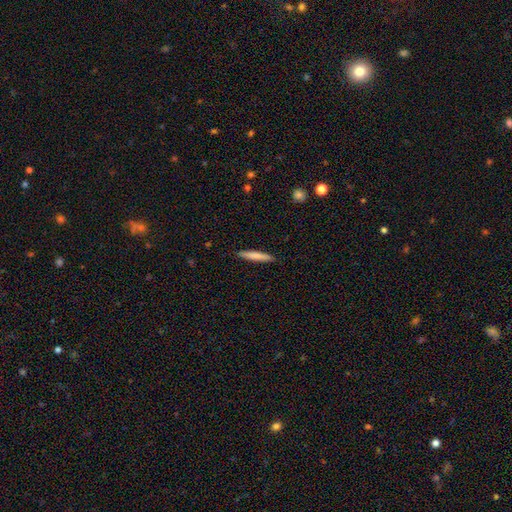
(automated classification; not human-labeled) smooth 77%, featured or disk 18%, star or artifact 5%. Down the decision tree: how rounded — cigar-shaped (94%); merging — none (90%).